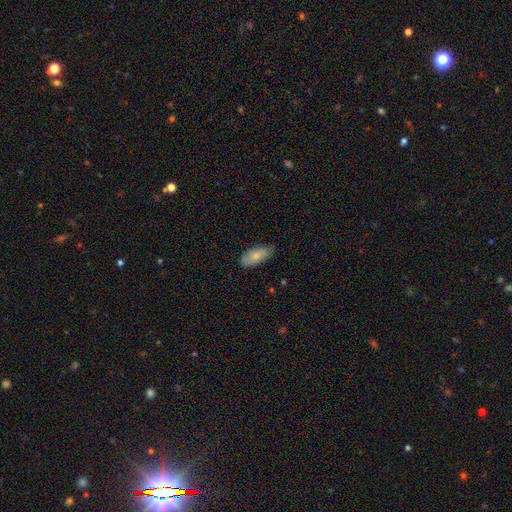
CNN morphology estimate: Smooth or featured? Predicted: smooth (p=0.81). How rounded? Predicted: in between (p=0.89). Merging? Predicted: none (p=0.73).